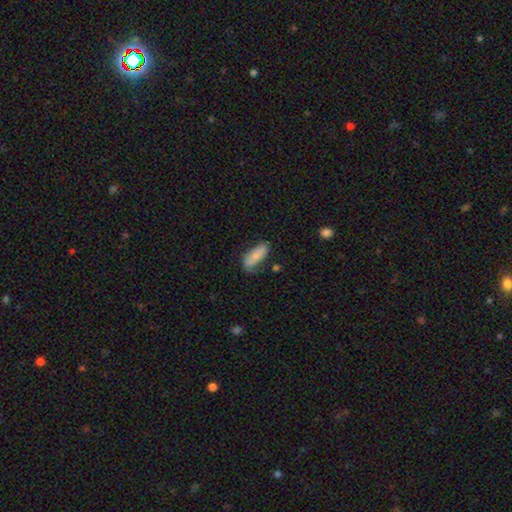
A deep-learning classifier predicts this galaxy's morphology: Q: Smooth or featured?
A: smooth (76%); runner-up: featured or disk (18%)
Q: How rounded?
A: in between (77%); runner-up: cigar-shaped (21%)
Q: Merging?
A: none (62%); runner-up: minor disturbance (27%)